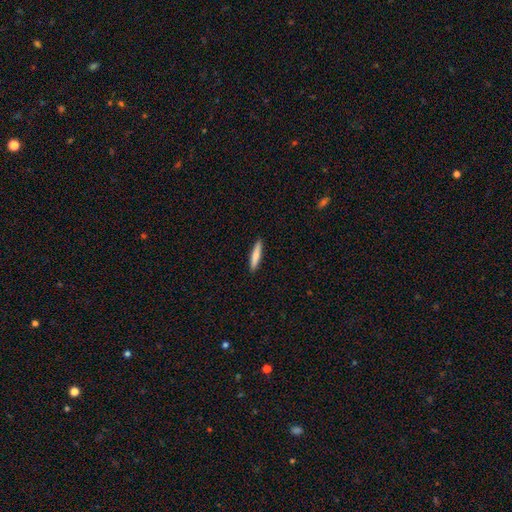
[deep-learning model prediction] Q: Smooth or featured?
A: smooth (79%); runner-up: featured or disk (16%)
Q: How rounded?
A: cigar-shaped (89%); runner-up: in between (9%)
Q: Merging?
A: none (92%); runner-up: minor disturbance (6%)